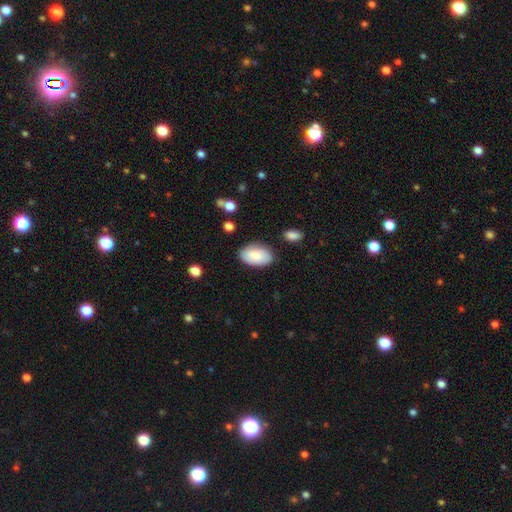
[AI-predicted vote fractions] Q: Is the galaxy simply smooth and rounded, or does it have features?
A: smooth — 81%.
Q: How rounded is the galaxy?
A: in between — 94%.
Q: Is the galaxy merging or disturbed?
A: none — 80%.